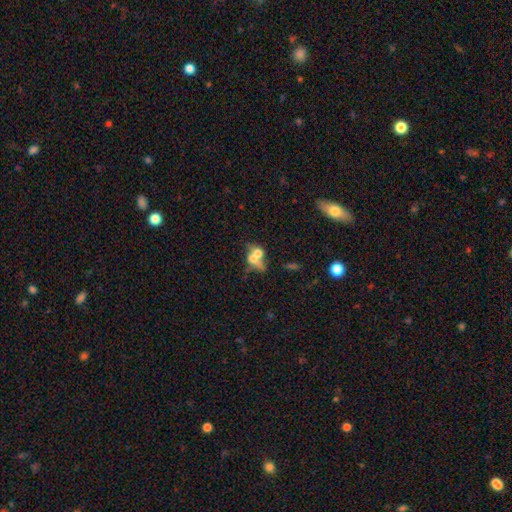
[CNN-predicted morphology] smooth-or-featured: smooth: 54% | featured or disk: 33% | star or artifact: 12%
  how-rounded: in between: 51% | round: 42% | cigar-shaped: 7%
  merging: merger: 62% | none: 22% | major disturbance: 8% | minor disturbance: 8%